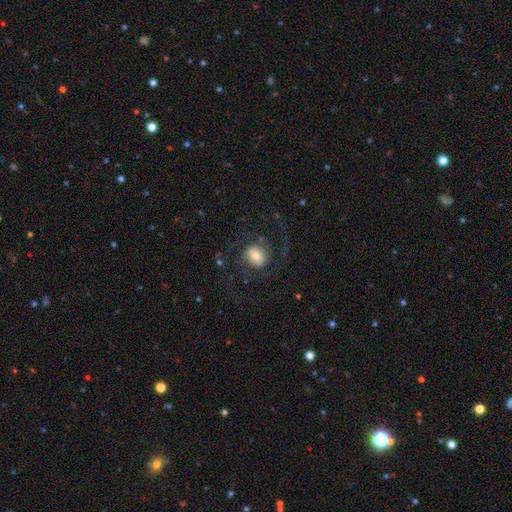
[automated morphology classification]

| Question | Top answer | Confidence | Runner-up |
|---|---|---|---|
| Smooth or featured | featured or disk | 55% | smooth (36%) |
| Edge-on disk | no | 96% | yes (4%) |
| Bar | no | 60% | weak (29%) |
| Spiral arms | yes | 76% | no (24%) |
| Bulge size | moderate | 50% | small (27%) |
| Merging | none | 62% | major disturbance (24%) |